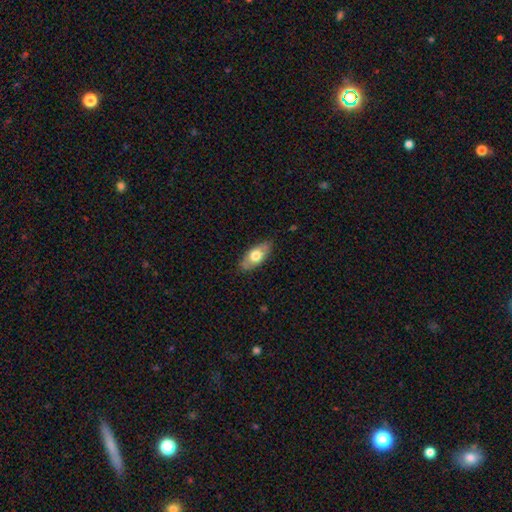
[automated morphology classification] A smooth galaxy with no disk features (65%) that is in between round and cigar-shaped (88%). Merging: none (83%).